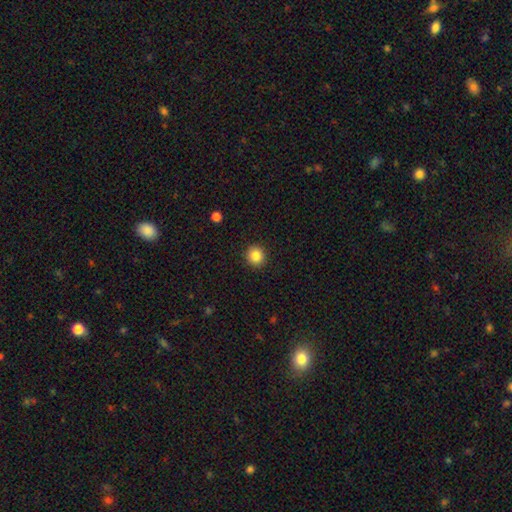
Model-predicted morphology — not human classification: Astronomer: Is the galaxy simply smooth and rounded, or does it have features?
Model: smooth — 85%.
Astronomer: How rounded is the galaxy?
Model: round — 90%.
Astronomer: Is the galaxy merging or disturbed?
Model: none — 92%.